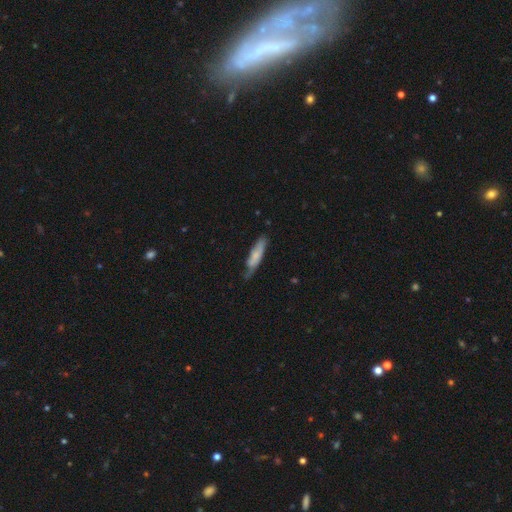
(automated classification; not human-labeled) Smooth or featured? smooth (67%)
How rounded? cigar-shaped (74%)
Merging? none (58%)